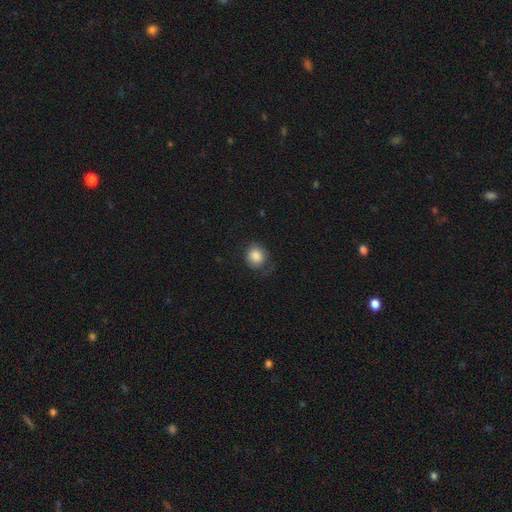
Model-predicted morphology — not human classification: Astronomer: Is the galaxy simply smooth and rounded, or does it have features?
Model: smooth — 84%.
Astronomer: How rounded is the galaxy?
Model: round — 78%.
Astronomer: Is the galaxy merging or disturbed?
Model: none — 60%.